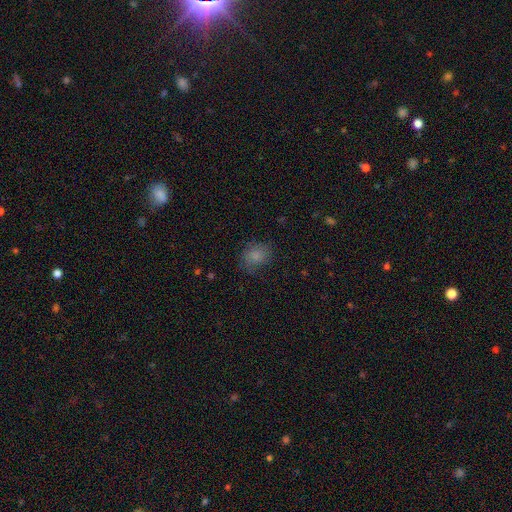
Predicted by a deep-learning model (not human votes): Smooth or featured?
  - smooth: 78% *
  - featured or disk: 11%
  - star or artifact: 11%
How rounded?
  - round: 63% *
  - in between: 36%
  - cigar-shaped: 1%
Merging?
  - none: 70% *
  - minor disturbance: 21%
  - major disturbance: 8%
  - merger: 1%